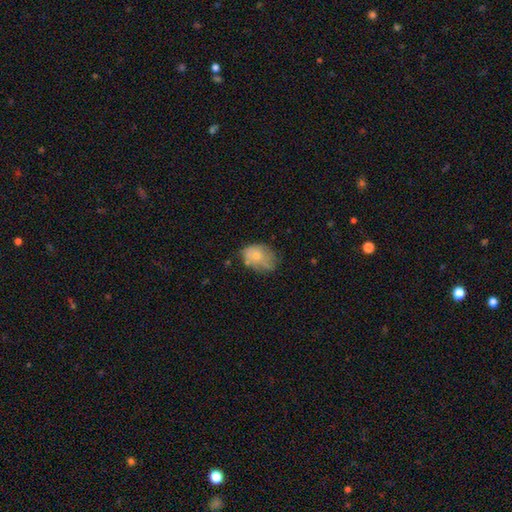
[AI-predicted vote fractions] Overall: smooth (62%; featured or disk 29%). How rounded: in between (67%; round 32%). Merging: none (46%; minor disturbance 34%).